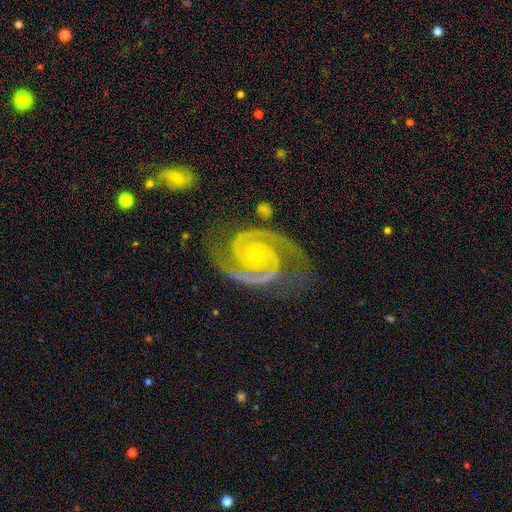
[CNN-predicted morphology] The model was most divided on "spiral winding": tight: 59%, medium: 37%, loose: 4%. More confident: spiral arms — yes (99%); edge-on disk — no (98%); smooth or featured — featured or disk (94%); spiral arm count — 2 (91%); merging — none (74%); bar — no (74%); bulge size — small (72%).